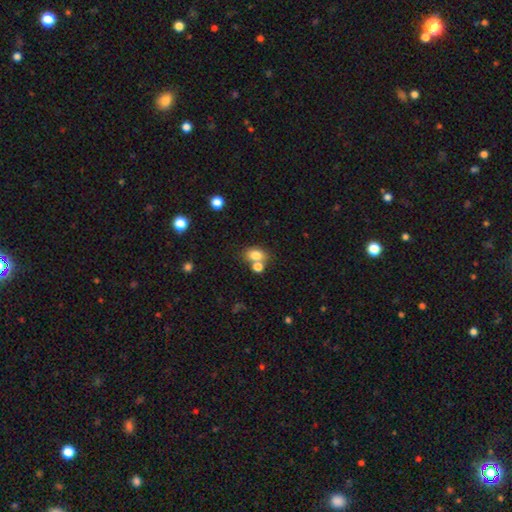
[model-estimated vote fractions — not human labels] Morphology: type=smooth (79%); roundness=in between (71%); merging=none (52%).